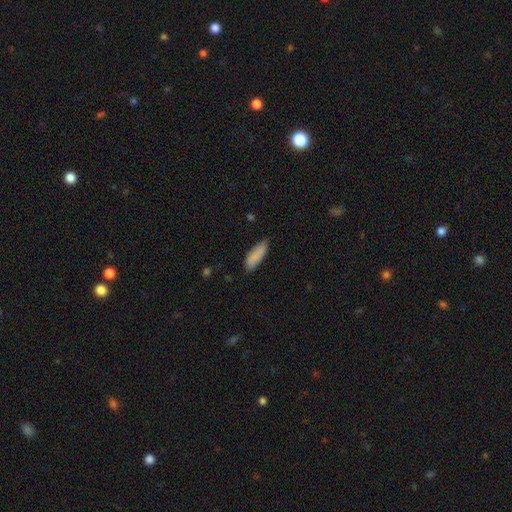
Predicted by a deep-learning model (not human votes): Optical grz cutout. It shows a smooth galaxy with no disk features (86%) that is in between round and cigar-shaped (63%). Merging: none (74%).